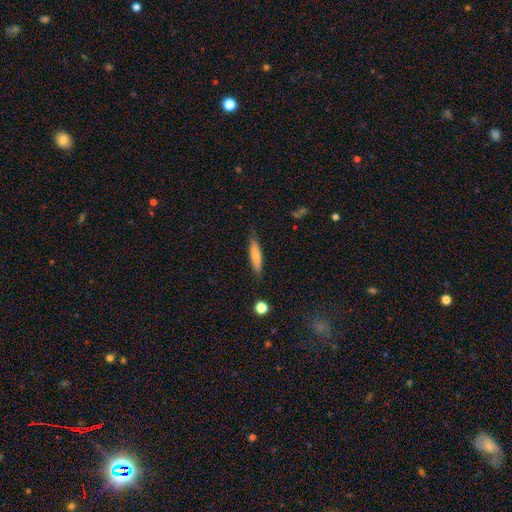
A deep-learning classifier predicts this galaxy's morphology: Smooth or featured? Predicted: smooth (p=0.75). How rounded? Predicted: cigar-shaped (p=0.83). Merging? Predicted: none (p=0.85).